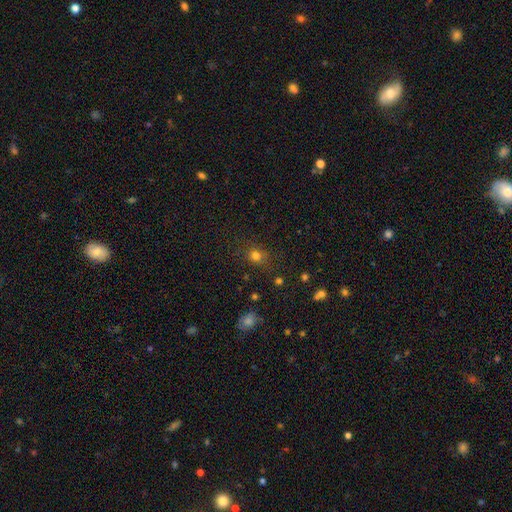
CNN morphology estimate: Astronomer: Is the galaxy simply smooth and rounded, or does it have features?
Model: smooth — 76%.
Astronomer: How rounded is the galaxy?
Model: round — 75%.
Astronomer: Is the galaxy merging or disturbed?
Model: none — 79%.